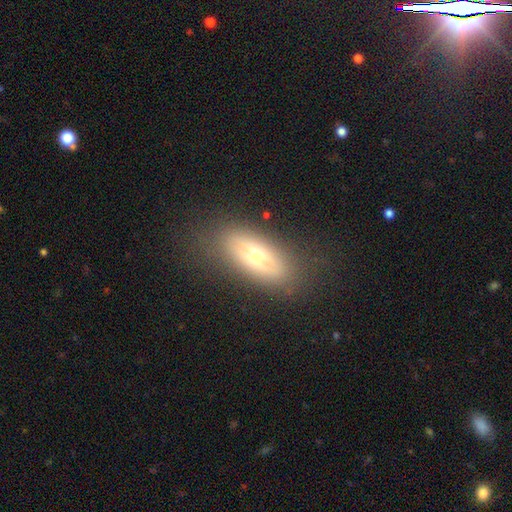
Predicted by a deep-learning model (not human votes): featured or disk 49%, smooth 42%, star or artifact 9%. Down the decision tree: merging — none (79%).